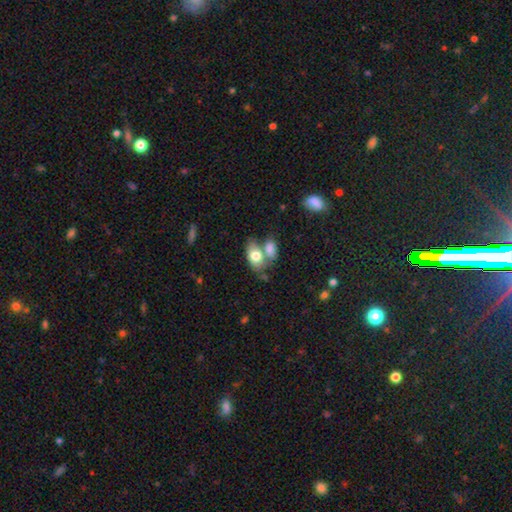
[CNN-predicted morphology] This appears to be a smooth galaxy with no disk features (77%) that is in between round and cigar-shaped (87%). Merging: merger (48%).